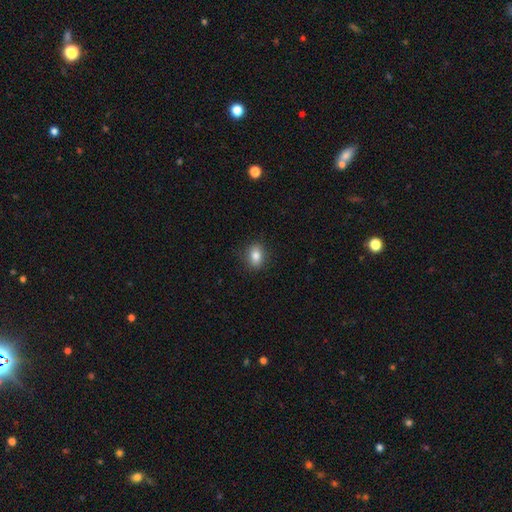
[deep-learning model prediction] Smooth or featured: smooth — 82% (featured or disk — 9%)
How rounded: in between — 70% (round — 28%)
Merging: none — 87% (minor disturbance — 10%)